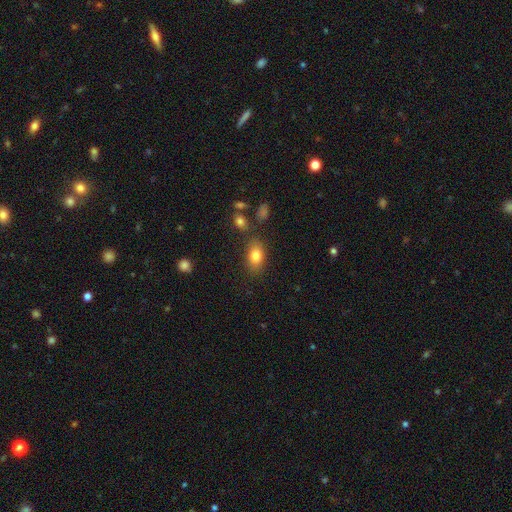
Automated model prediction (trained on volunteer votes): smooth 82%, featured or disk 10%, star or artifact 9%. Down the decision tree: how rounded — in between (86%); merging — none (77%).